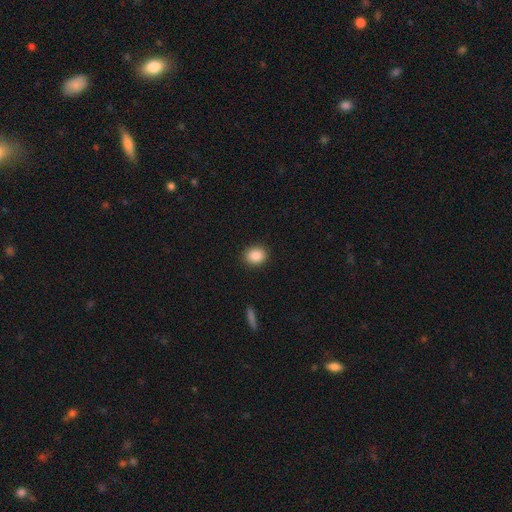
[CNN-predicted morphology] This is clearly a smooth galaxy (89%). How rounded: possibly round (53%). Merging: clearly none (90%).